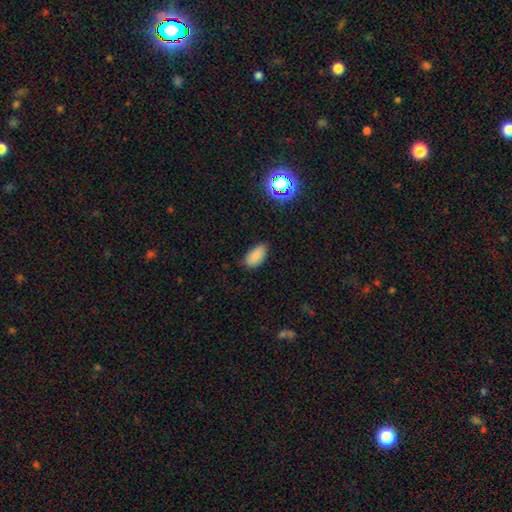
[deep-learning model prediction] A smooth galaxy with no disk features (82%) that is in between round and cigar-shaped (93%).

Vote fractions:
- Smooth or featured? smooth: 82% / star or artifact: 11% / featured or disk: 7%
- How rounded? in between: 93% / round: 4% / cigar-shaped: 3%
- Merging? none: 78% / minor disturbance: 18% / major disturbance: 3% / merger: 1%